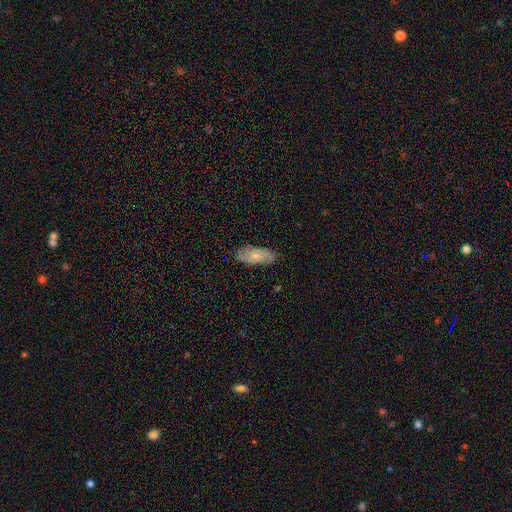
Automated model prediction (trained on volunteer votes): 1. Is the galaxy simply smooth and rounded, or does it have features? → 61% smooth, 33% featured or disk, 7% star or artifact.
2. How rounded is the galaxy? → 81% in between, 17% cigar-shaped, 2% round.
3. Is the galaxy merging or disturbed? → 79% none, 17% minor disturbance, 3% major disturbance, 1% merger.